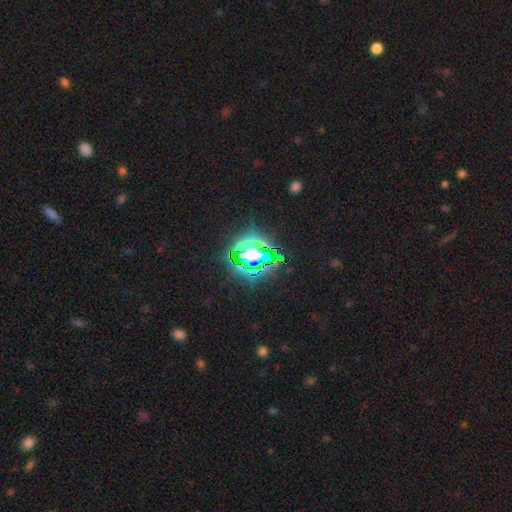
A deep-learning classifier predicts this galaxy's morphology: This is likely a star or artifact rather than a galaxy (67%).